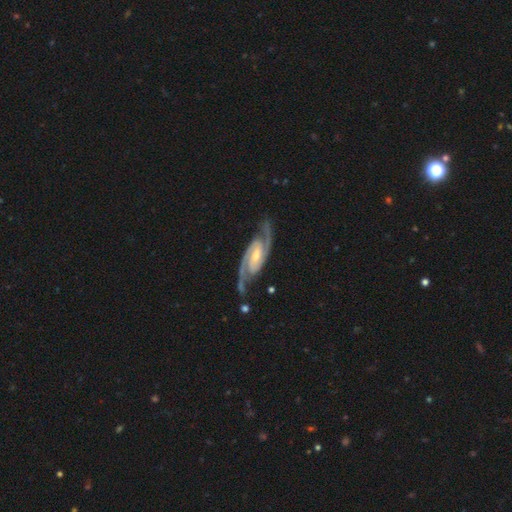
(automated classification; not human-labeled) Smooth or featured: featured or disk — 94% (star or artifact — 4%)
Edge-on disk: no — 96% (yes — 4%)
Bar: weak — 45% (strong — 32%)
Spiral arms: yes — 99% (no — 1%)
Spiral winding: medium — 53% (tight — 37%)
Spiral arm count: 2 — 94% (3 — 2%)
Bulge size: moderate — 47% (small — 45%)
Merging: none — 80% (minor disturbance — 14%)